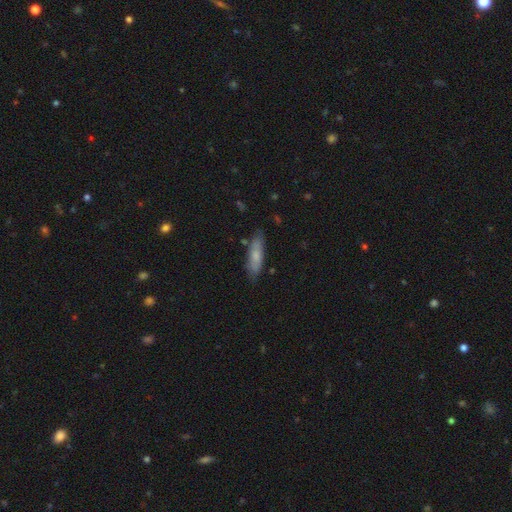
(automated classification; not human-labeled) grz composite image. It shows a smooth galaxy with no disk features (71%) that is cigar-shaped (62%). Merging: none (77%).